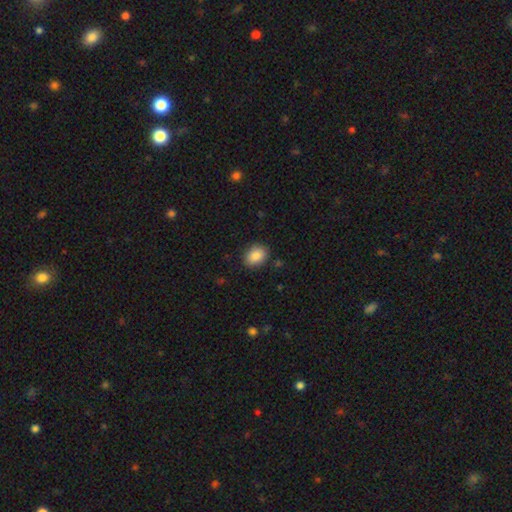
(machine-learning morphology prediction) Smooth or featured?
  - smooth: 87% *
  - star or artifact: 8%
  - featured or disk: 5%
How rounded?
  - in between: 68% *
  - round: 31%
  - cigar-shaped: 1%
Merging?
  - none: 87% *
  - minor disturbance: 9%
  - major disturbance: 2%
  - merger: 1%